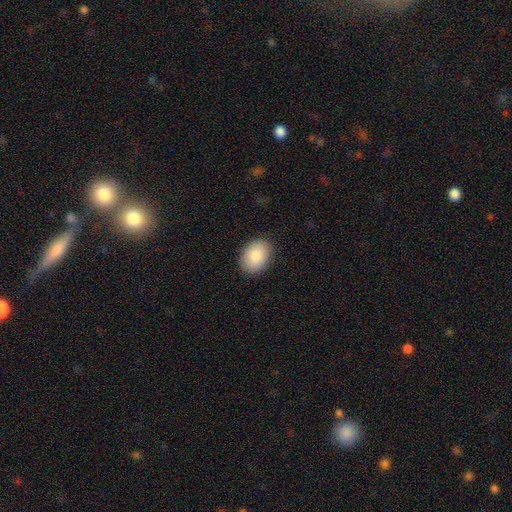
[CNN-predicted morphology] smooth 87%, featured or disk 7%, star or artifact 7%. Down the decision tree: how rounded — in between (78%); merging — none (88%).